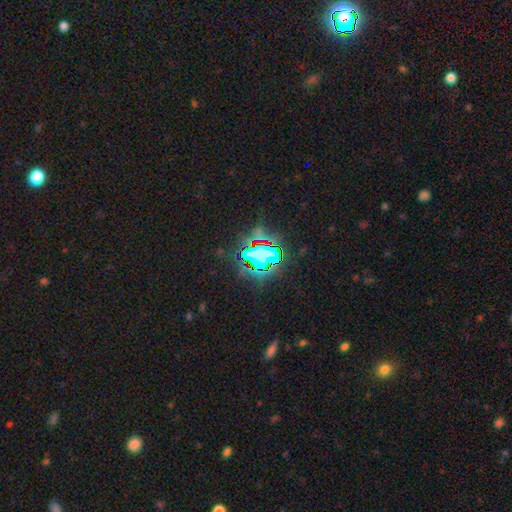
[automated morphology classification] Smooth or featured? Predicted: star or artifact (p=0.81).